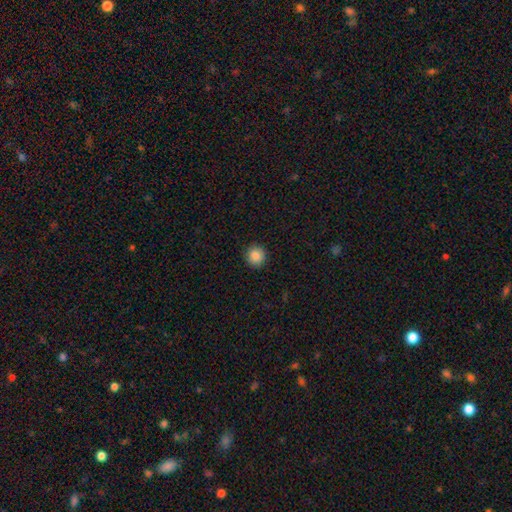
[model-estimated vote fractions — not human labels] Morphology: type=smooth (86%); roundness=round (93%); merging=none (91%).